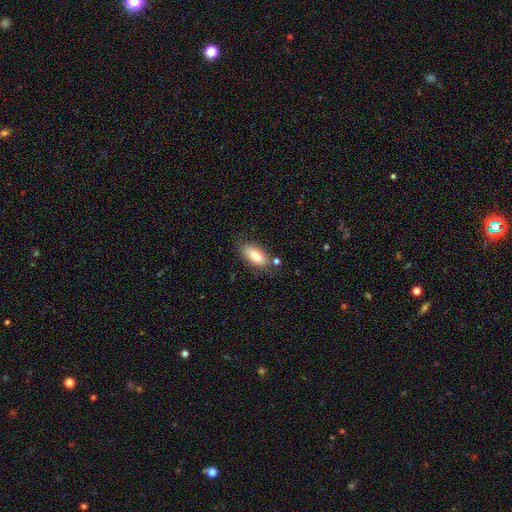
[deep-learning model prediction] A smooth galaxy with no disk features (77%) that is in between round and cigar-shaped (87%). Merging: none (75%).